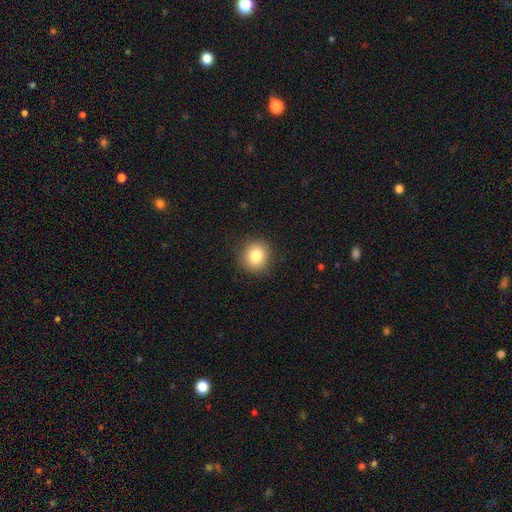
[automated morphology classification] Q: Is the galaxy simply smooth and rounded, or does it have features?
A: smooth — 83%.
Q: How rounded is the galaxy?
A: round — 88%.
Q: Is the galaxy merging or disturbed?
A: none — 90%.